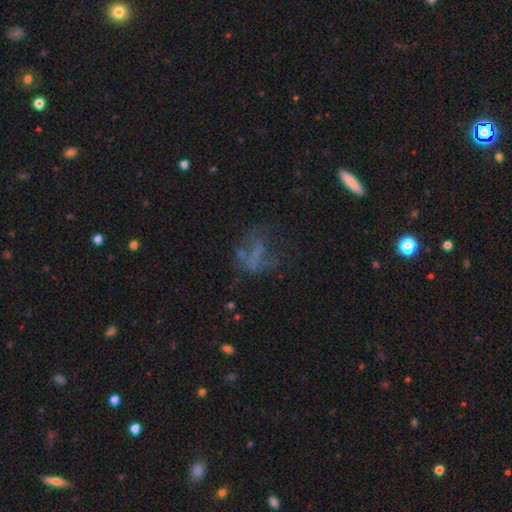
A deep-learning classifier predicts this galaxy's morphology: This appears to be a featured or disk galaxy (45%). Merging: none (43%).